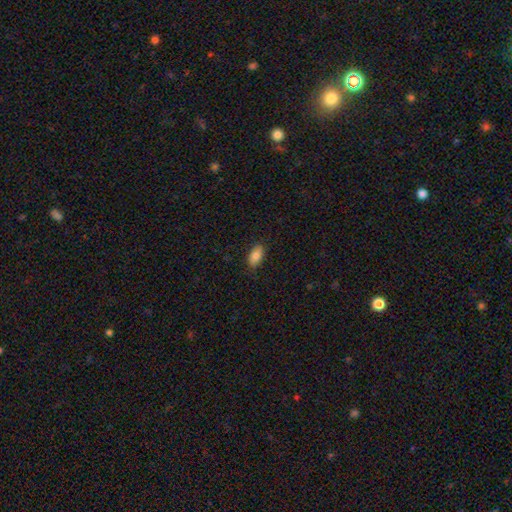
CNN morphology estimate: Q: Smooth or featured?
A: smooth (83%); runner-up: featured or disk (9%)
Q: How rounded?
A: in between (91%); runner-up: cigar-shaped (5%)
Q: Merging?
A: none (85%); runner-up: minor disturbance (11%)